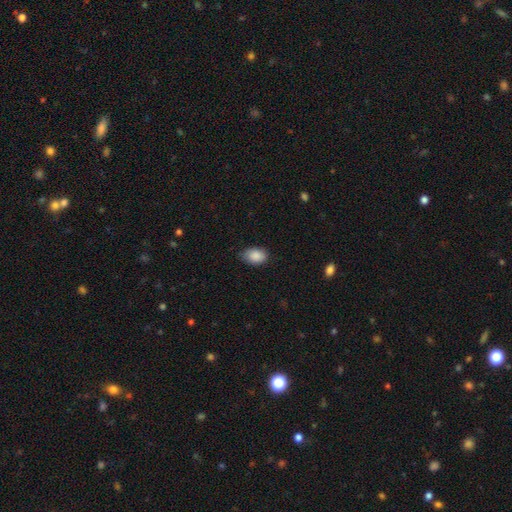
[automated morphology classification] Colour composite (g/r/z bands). It shows a smooth galaxy with no disk features (89%) that is in between round and cigar-shaped (86%). Merging: none (76%).